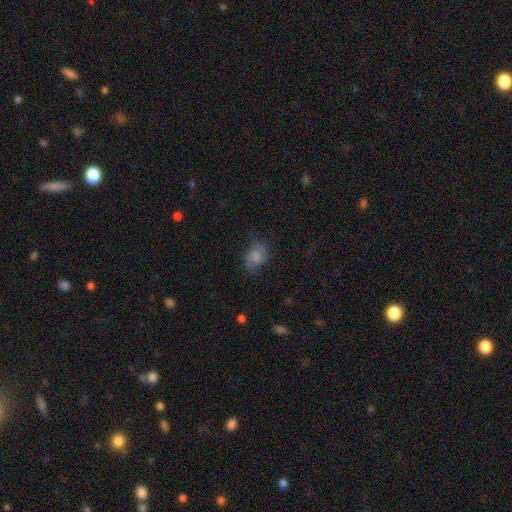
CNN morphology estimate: This is likely a smooth galaxy (62%). How rounded: likely in between (68%). Merging: possibly none (53%).